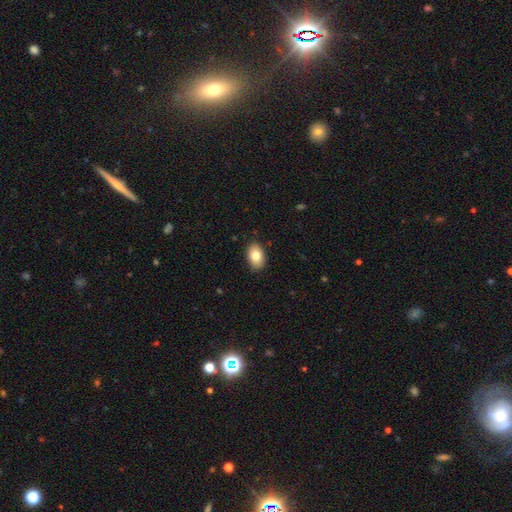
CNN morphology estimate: This appears to be a smooth galaxy with no disk features (81%) that is in between round and cigar-shaped (88%). Merging: none (88%).